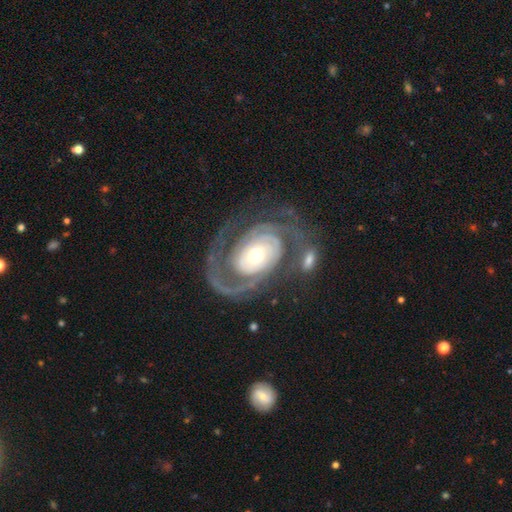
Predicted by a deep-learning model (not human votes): Overall: featured or disk (90%). Edge-on disk: no (97%). Bar: no (70%). Spiral arms: yes (96%). Spiral arm count: 2 (61%). Spiral winding: tight (61%; medium 30%). Bulge size: moderate (53%; small 37%). Merging: none (56%; major disturbance 18%).